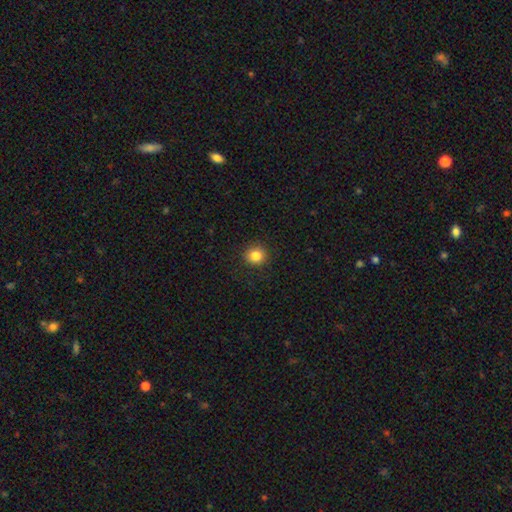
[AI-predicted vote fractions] smooth-or-featured: smooth: 84% | star or artifact: 11% | featured or disk: 5%
  how-rounded: round: 90% | in between: 9% | cigar-shaped: 1%
  merging: none: 91% | minor disturbance: 6% | major disturbance: 2% | merger: 1%